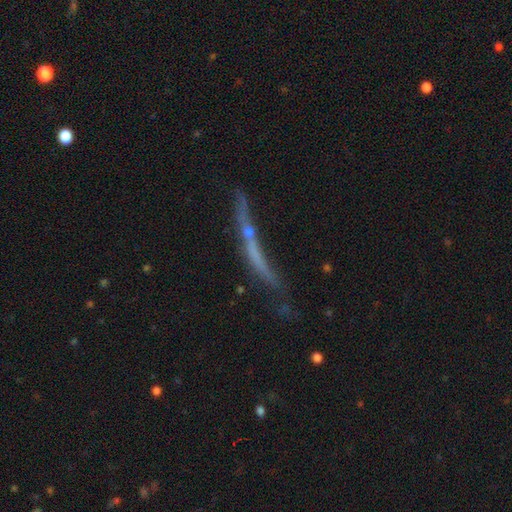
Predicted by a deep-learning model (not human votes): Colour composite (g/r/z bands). It shows a featured or disk galaxy (55%) viewed edge-on (78%). Merging: none (46%).